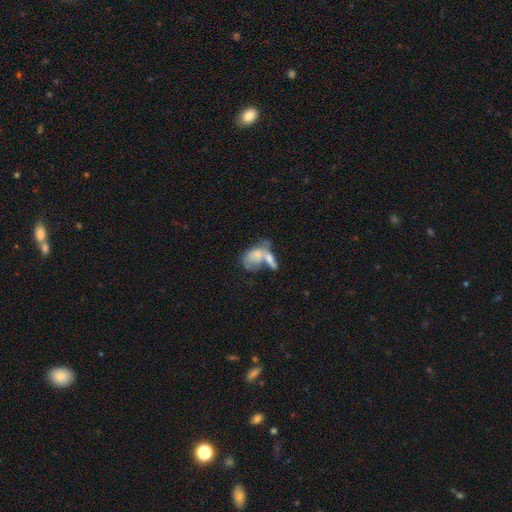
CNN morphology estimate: This is possibly a smooth galaxy (56%). How rounded: clearly in between (82%). Merging: possibly merger (59%).